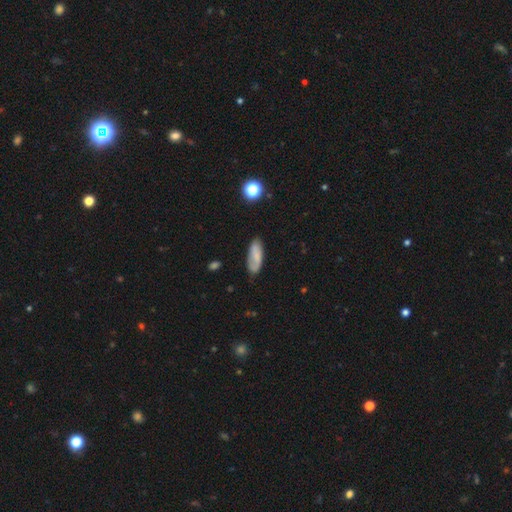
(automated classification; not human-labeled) smooth-or-featured: smooth: 66% | featured or disk: 26% | star or artifact: 8%
  how-rounded: in between: 74% | cigar-shaped: 24% | round: 2%
  merging: none: 73% | minor disturbance: 20% | major disturbance: 5% | merger: 2%